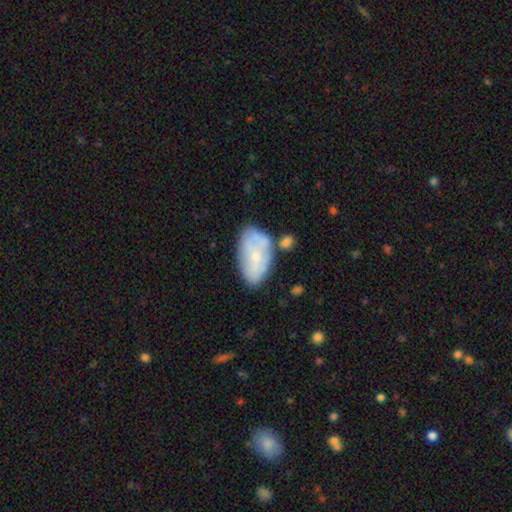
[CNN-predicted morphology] This is possibly a smooth galaxy (55%). How rounded: clearly in between (93%). Merging: possibly none (55%).